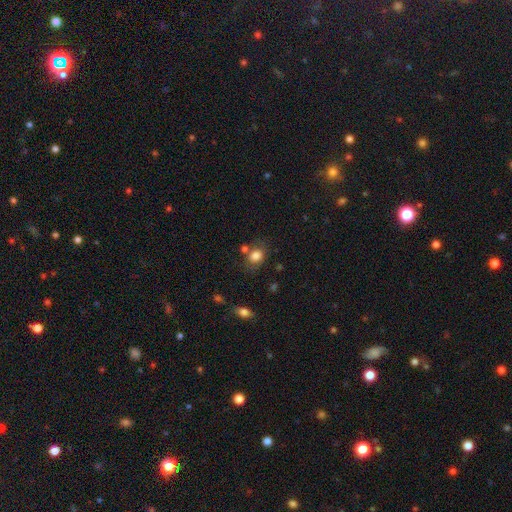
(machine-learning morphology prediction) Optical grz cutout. It shows a smooth galaxy with no disk features (82%) that is in between round and cigar-shaped (50%). Merging: none (67%).